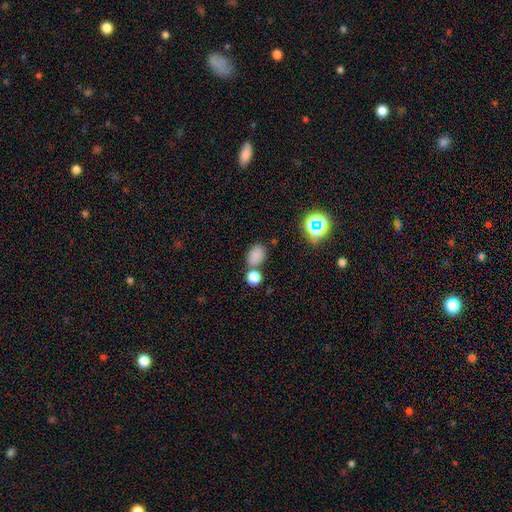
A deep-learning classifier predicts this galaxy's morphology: smooth_or_featured: smooth (p=0.80) [alt: star or artifact p=0.14]
how_rounded: in between (p=0.78) [alt: round p=0.20]
merging: none (p=0.64) [alt: merger p=0.20]